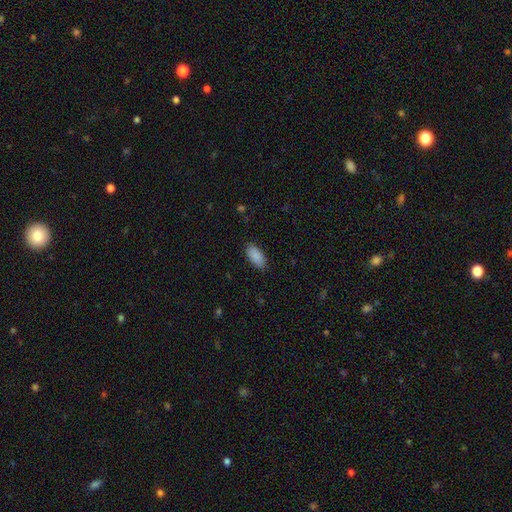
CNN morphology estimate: Overall: smooth (90%). How rounded: in between (92%). Merging: none (87%).